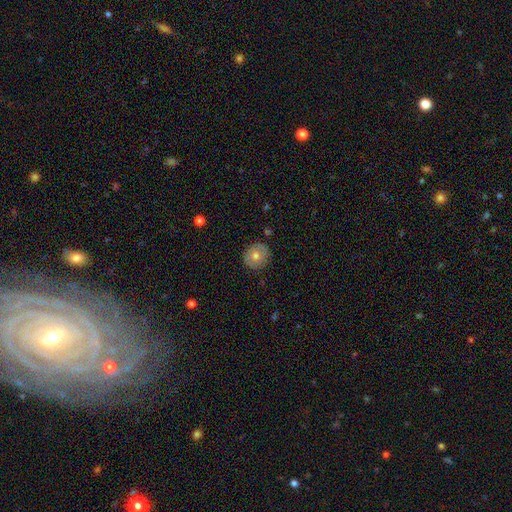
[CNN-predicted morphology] Overall: smooth (65%; featured or disk 27%). How rounded: round (88%). Merging: none (87%).